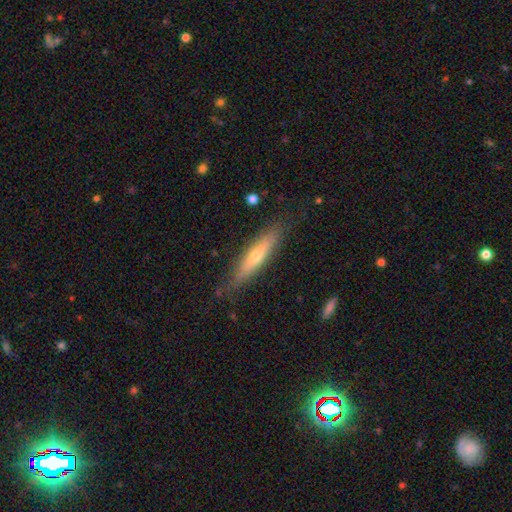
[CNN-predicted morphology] smooth-or-featured: featured or disk: 50% | smooth: 43% | star or artifact: 7%
  disk-edge-on: yes: 85% | no: 15%
  merging: none: 83% | minor disturbance: 13% | major disturbance: 3% | merger: 1%